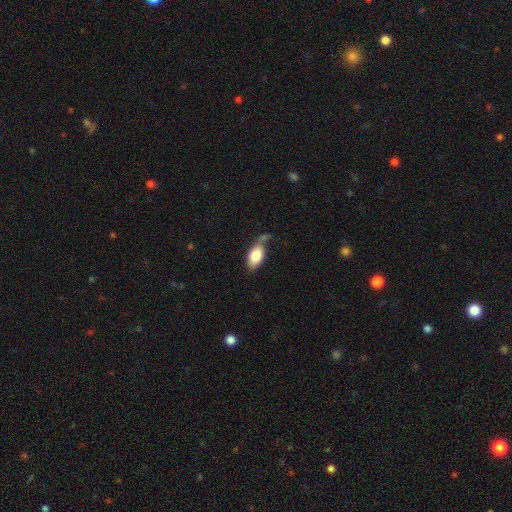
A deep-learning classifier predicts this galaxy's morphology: smooth-or-featured: smooth: 81% | featured or disk: 12% | star or artifact: 7%
  how-rounded: in between: 92% | round: 4% | cigar-shaped: 4%
  merging: none: 46% | minor disturbance: 25% | merger: 17% | major disturbance: 12%